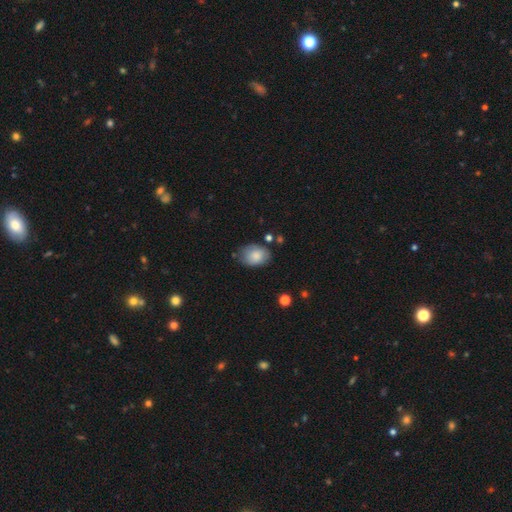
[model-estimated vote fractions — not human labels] Smooth or featured: smooth — 81% (featured or disk — 12%)
How rounded: in between — 78% (round — 21%)
Merging: none — 67% (minor disturbance — 24%)